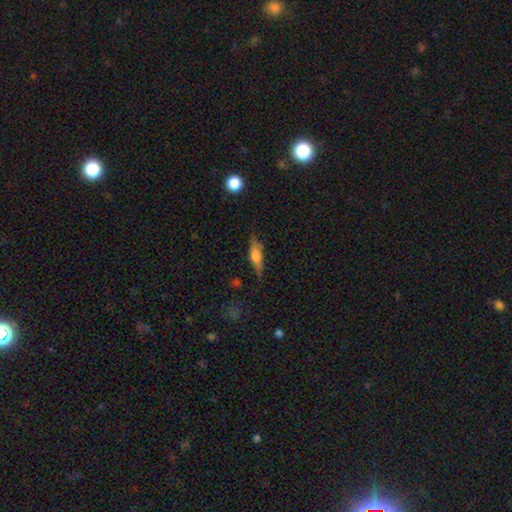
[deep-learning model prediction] This appears to be a smooth galaxy with no disk features (53%) that is cigar-shaped (57%). Merging: none (73%).